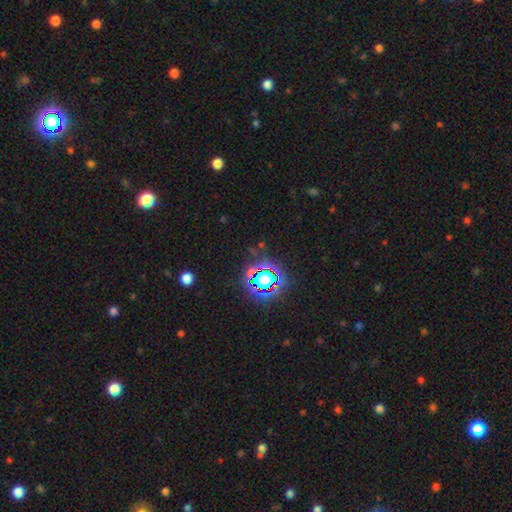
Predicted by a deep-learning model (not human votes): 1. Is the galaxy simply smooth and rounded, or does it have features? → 80% star or artifact, 13% smooth, 7% featured or disk.